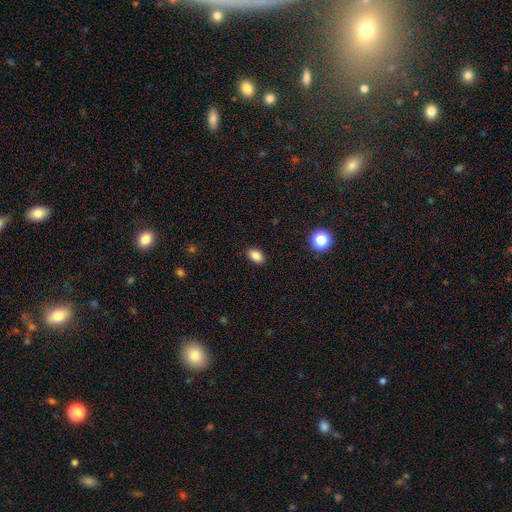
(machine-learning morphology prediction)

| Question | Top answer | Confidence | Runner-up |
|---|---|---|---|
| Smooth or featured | smooth | 86% | star or artifact (10%) |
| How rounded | in between | 85% | round (13%) |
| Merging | none | 89% | minor disturbance (8%) |